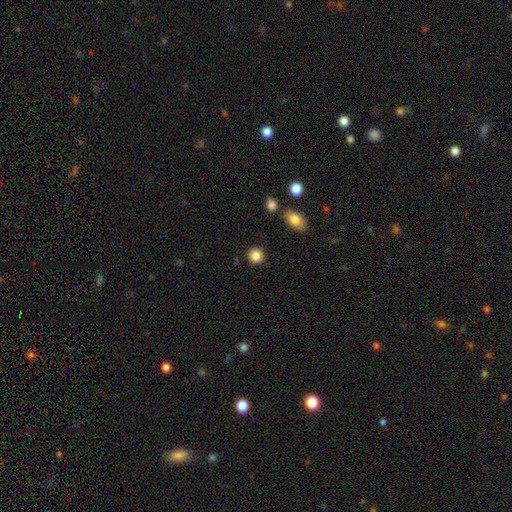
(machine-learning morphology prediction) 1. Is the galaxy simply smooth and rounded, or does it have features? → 87% smooth, 9% star or artifact, 4% featured or disk.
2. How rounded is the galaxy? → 90% round, 9% in between, 1% cigar-shaped.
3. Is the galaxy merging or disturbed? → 90% none, 6% minor disturbance, 2% merger, 2% major disturbance.